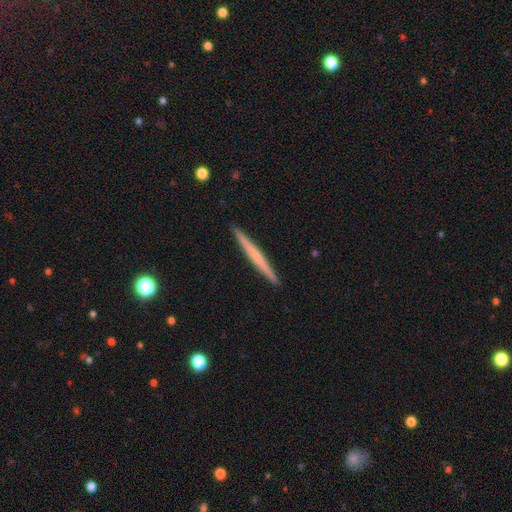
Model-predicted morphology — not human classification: smooth-or-featured: featured or disk: 48% | smooth: 47% | star or artifact: 5%
  merging: none: 93% | minor disturbance: 5% | major disturbance: 1% | merger: 1%